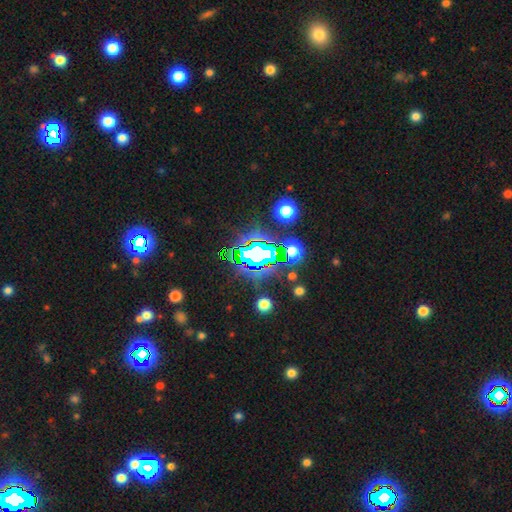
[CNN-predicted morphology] smooth_or_featured: star or artifact (p=0.77) [alt: smooth p=0.13]